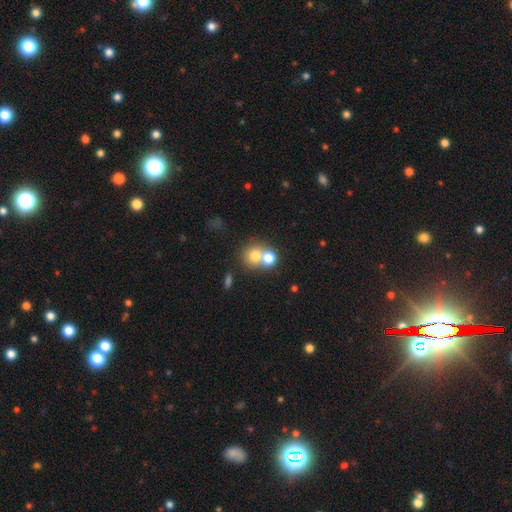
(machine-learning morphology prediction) Smooth or featured? smooth (72%)
How rounded? round (80%)
Merging? merger (54%)